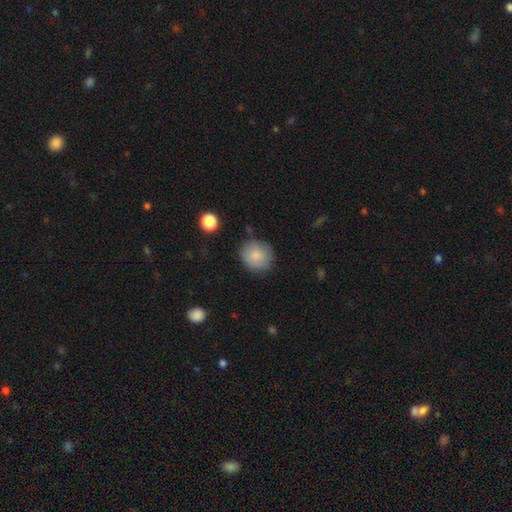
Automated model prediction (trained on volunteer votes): A smooth galaxy with no disk features (84%) that is round (87%).

Vote fractions:
- Smooth or featured? smooth: 84% / featured or disk: 8% / star or artifact: 8%
- How rounded? round: 87% / in between: 12% / cigar-shaped: 1%
- Merging? none: 81% / minor disturbance: 13% / major disturbance: 3% / merger: 2%